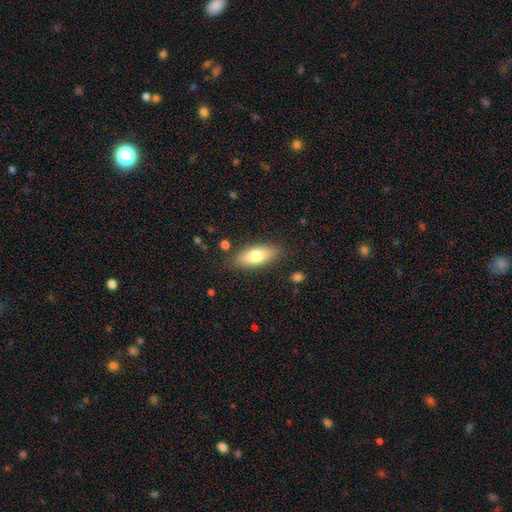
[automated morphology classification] Smooth or featured? smooth (73%)
How rounded? in between (75%)
Merging? none (84%)